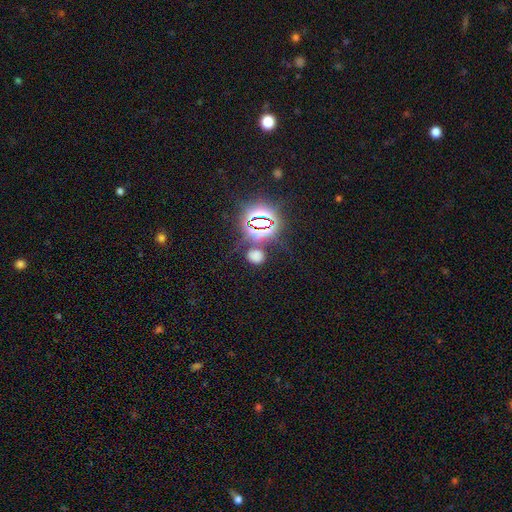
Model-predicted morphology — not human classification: Q: Smooth or featured?
A: smooth (52%); runner-up: star or artifact (41%)
Q: How rounded?
A: round (64%); runner-up: in between (34%)
Q: Merging?
A: none (73%); runner-up: minor disturbance (12%)